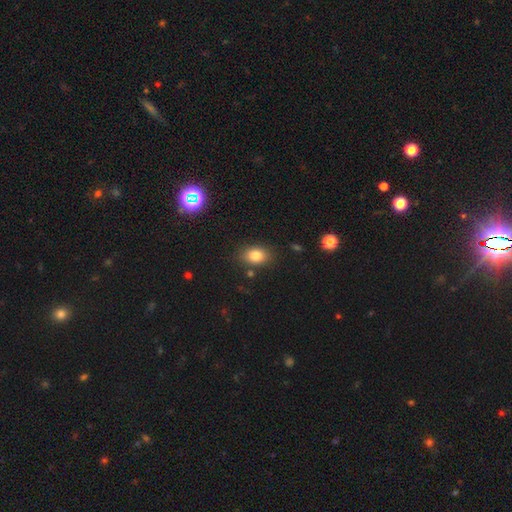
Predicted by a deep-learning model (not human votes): Smooth or featured?
  - smooth: 81% *
  - star or artifact: 11%
  - featured or disk: 8%
How rounded?
  - in between: 72% *
  - round: 26%
  - cigar-shaped: 1%
Merging?
  - none: 82% *
  - minor disturbance: 12%
  - major disturbance: 3%
  - merger: 3%